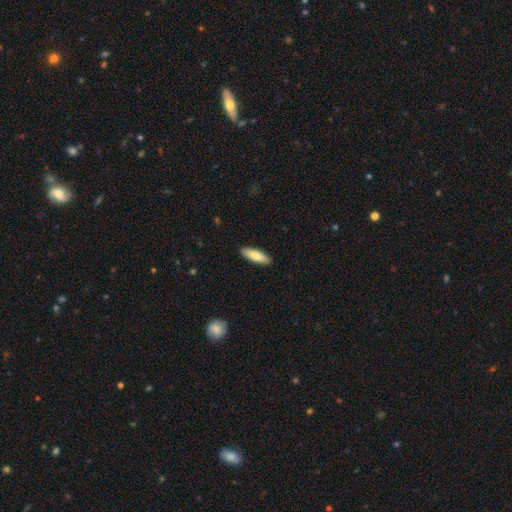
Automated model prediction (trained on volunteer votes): Smooth or featured: smooth — 76% (featured or disk — 19%)
How rounded: cigar-shaped — 51% (in between — 47%)
Merging: none — 91% (minor disturbance — 7%)